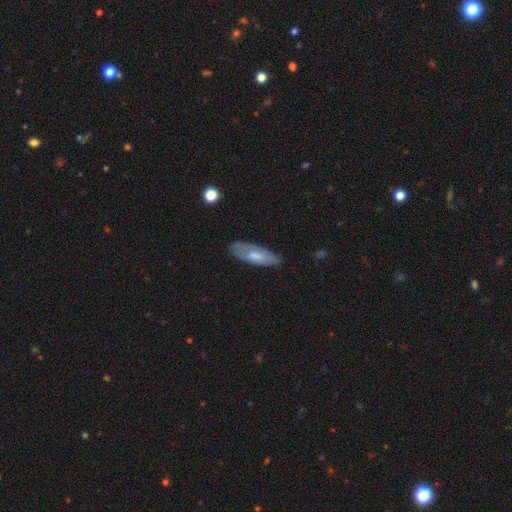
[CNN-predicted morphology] A smooth galaxy with no disk features (57%) that is in between round and cigar-shaped (66%). Merging: none (73%).